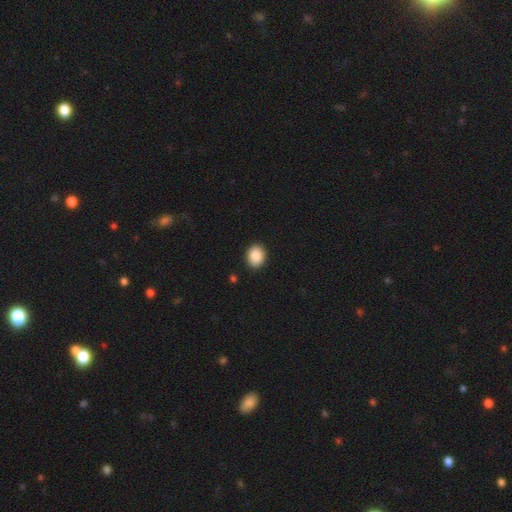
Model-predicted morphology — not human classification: Overall: smooth (88%). How rounded: in between (50%; round 49%). Merging: none (91%).